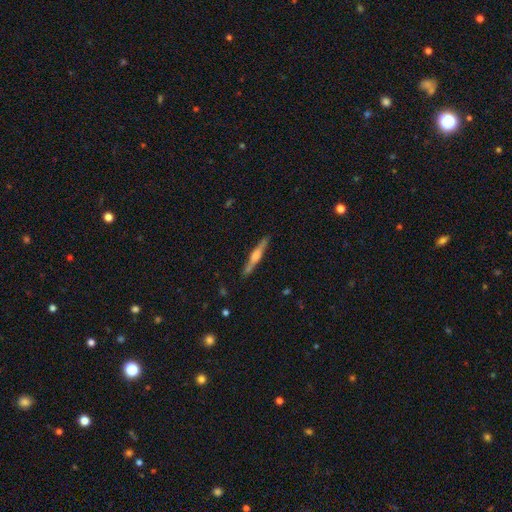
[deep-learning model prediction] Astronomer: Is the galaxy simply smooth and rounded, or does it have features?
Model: featured or disk — 64%.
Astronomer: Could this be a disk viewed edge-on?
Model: yes — 97%.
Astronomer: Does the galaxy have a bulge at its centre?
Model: rounded — 73%.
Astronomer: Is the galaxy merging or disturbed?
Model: none — 85%.